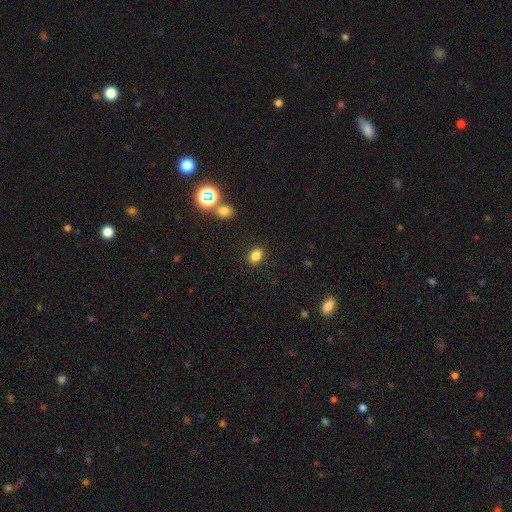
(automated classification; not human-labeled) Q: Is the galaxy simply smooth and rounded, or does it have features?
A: smooth — 82%.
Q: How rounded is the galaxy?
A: in between — 59%.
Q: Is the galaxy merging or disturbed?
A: none — 88%.